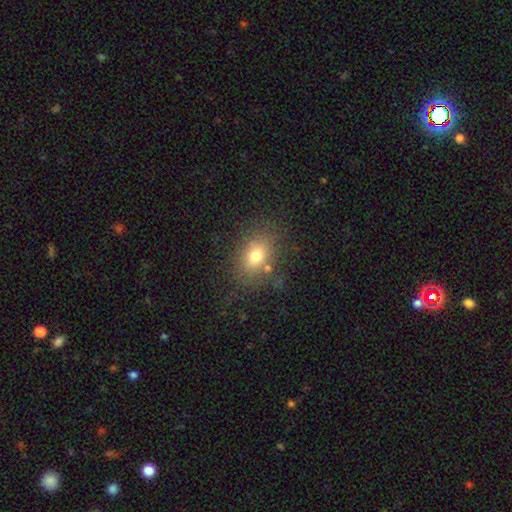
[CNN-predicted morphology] smooth-or-featured: smooth: 73% | featured or disk: 13% | star or artifact: 13%
  how-rounded: in between: 65% | round: 34% | cigar-shaped: 1%
  merging: none: 72% | minor disturbance: 15% | major disturbance: 7% | merger: 6%